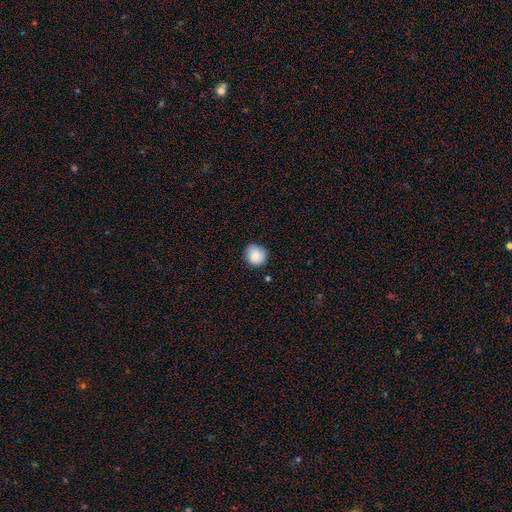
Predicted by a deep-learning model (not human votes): Smooth or featured?
  - smooth: 83% *
  - featured or disk: 8%
  - star or artifact: 8%
How rounded?
  - round: 87% *
  - in between: 12%
  - cigar-shaped: 1%
Merging?
  - none: 80% *
  - minor disturbance: 16%
  - major disturbance: 3%
  - merger: 1%